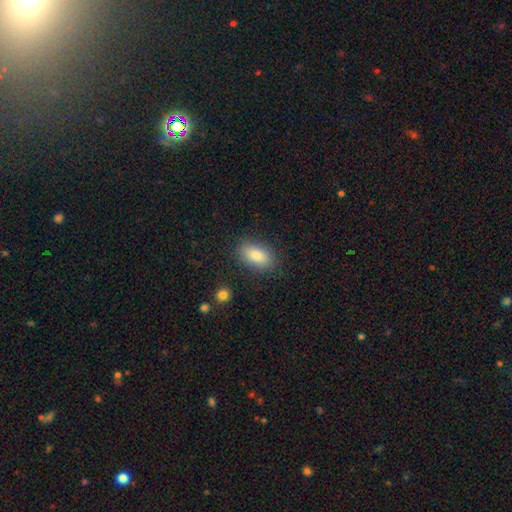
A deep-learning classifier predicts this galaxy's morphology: A smooth galaxy with no disk features (85%) that is in between round and cigar-shaped (90%). Merging: none (86%).